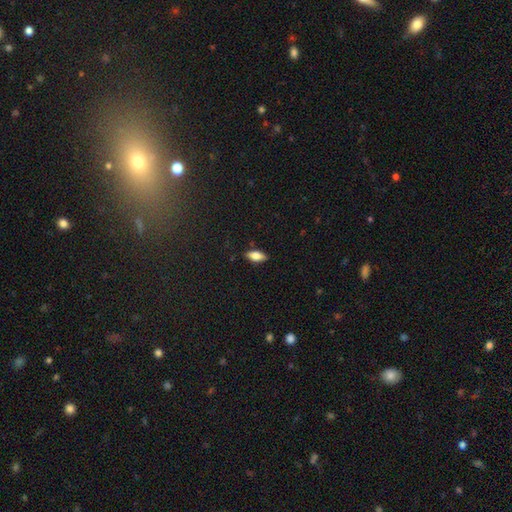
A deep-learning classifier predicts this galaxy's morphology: smooth-or-featured: smooth: 74% | featured or disk: 19% | star or artifact: 8%
  how-rounded: in between: 83% | cigar-shaped: 14% | round: 3%
  merging: none: 85% | minor disturbance: 12% | major disturbance: 2% | merger: 1%